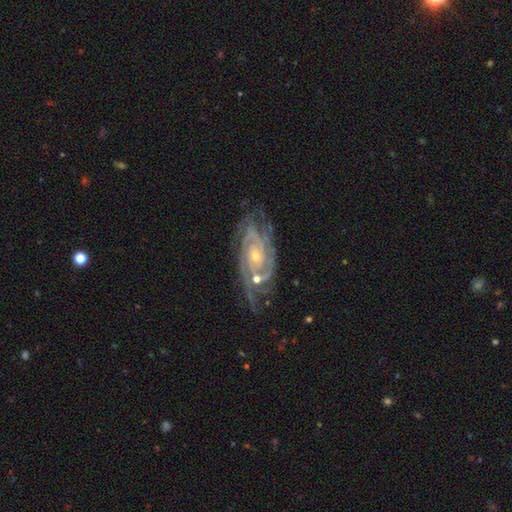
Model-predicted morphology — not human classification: A featured or disk galaxy (90%) with no bar (69%), 2 (25%, tied with 3) tight (71%) spiral arms (98%) and a small central bulge (66%).

Vote fractions:
- Smooth or featured? featured or disk: 90% / star or artifact: 6% / smooth: 4%
- Edge-on disk? no: 95% / yes: 5%
- Bar? no: 69% / weak: 22% / strong: 8%
- Spiral arms? yes: 98% / no: 2%
- Spiral winding? tight: 71% / medium: 25% / loose: 4%
- Spiral arm count? 2: 25% (tied) / 3: 25% (tied) / can't tell: 19% / 4: 17% / more than 4: 7% / 1: 6%
- Bulge size? small: 66% / moderate: 30% / large: 1% / none: 1% / dominant: 1%
- Merging? none: 68% / minor disturbance: 20% / major disturbance: 8% / merger: 5%